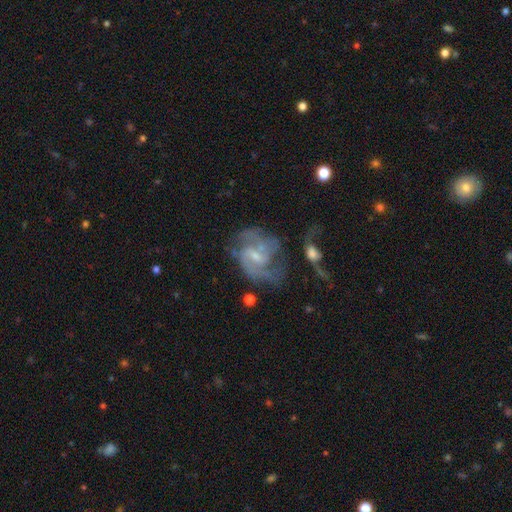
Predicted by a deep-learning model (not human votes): This is clearly a featured or disk galaxy (83%). It is clearly not viewed edge-on (98%). Bar: possibly weak (58%). Spiral arm pattern: clearly yes (92%). Spiral arm count: possibly 2 (59%). Spiral winding: possibly medium (52%). Central bulge: possibly small (56%). Merging: marginally none (43%).